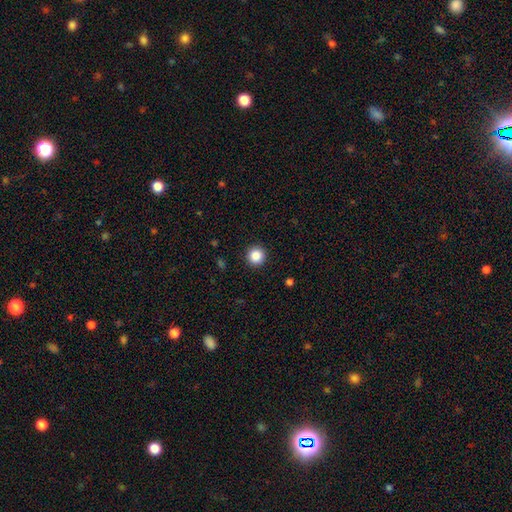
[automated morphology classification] Q: Smooth or featured?
A: smooth (87%); runner-up: star or artifact (10%)
Q: How rounded?
A: round (95%); runner-up: in between (4%)
Q: Merging?
A: none (93%); runner-up: minor disturbance (4%)